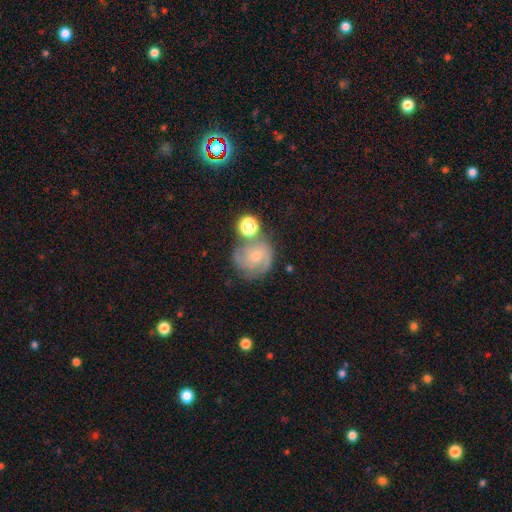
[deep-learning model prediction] Smooth or featured: featured or disk — 68% (smooth — 23%)
Edge-on disk: no — 98% (yes — 2%)
Bar: no — 70% (weak — 26%)
Spiral arms: yes — 91% (no — 9%)
Spiral winding: tight — 49% (medium — 40%)
Spiral arm count: 2 — 38% (3 — 25%)
Bulge size: small — 64% (moderate — 28%)
Merging: none — 58% (minor disturbance — 19%)